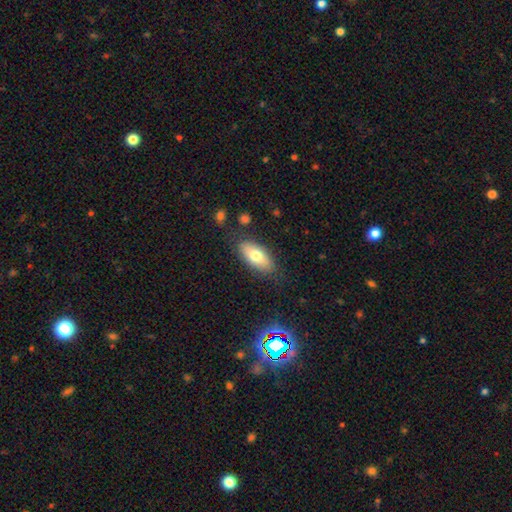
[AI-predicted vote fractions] Overall: smooth (72%). How rounded: in between (85%). Merging: none (80%).